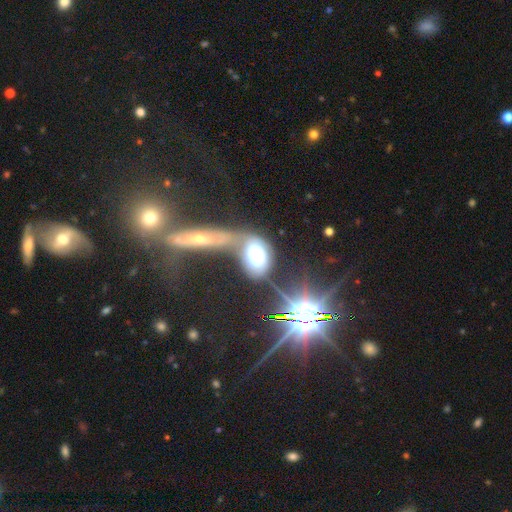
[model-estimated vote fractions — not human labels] Morphology: type=smooth (53%); roundness=in between (84%); merging=merger (52%).